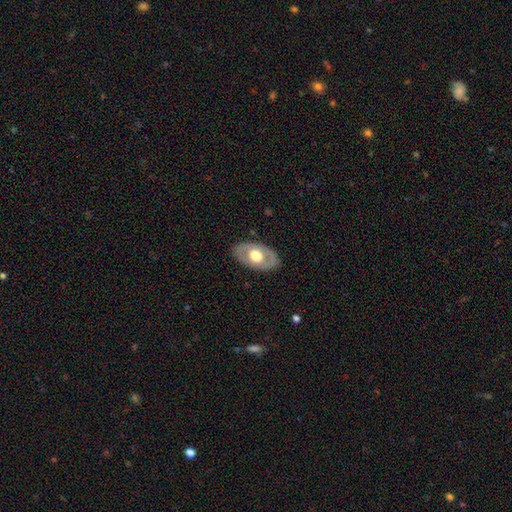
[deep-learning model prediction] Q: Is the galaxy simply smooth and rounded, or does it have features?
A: featured or disk — 52%.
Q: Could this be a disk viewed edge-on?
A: no — 86%.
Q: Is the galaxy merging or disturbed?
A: none — 84%.